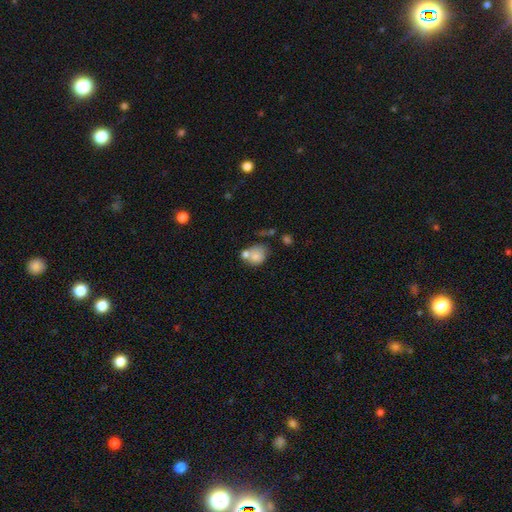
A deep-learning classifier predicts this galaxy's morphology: Smooth or featured: smooth — 76% (featured or disk — 15%)
How rounded: round — 59% (in between — 40%)
Merging: merger — 40% (none — 36%)